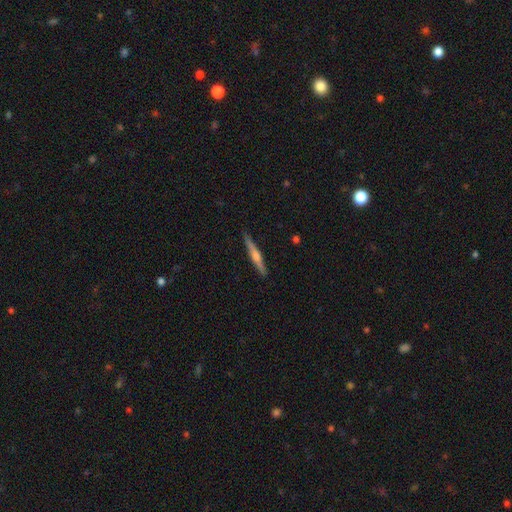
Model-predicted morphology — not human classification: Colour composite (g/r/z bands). It shows a featured or disk galaxy (70%) viewed edge-on (98%) with a rounded central bulge (82%). Merging: none (91%).